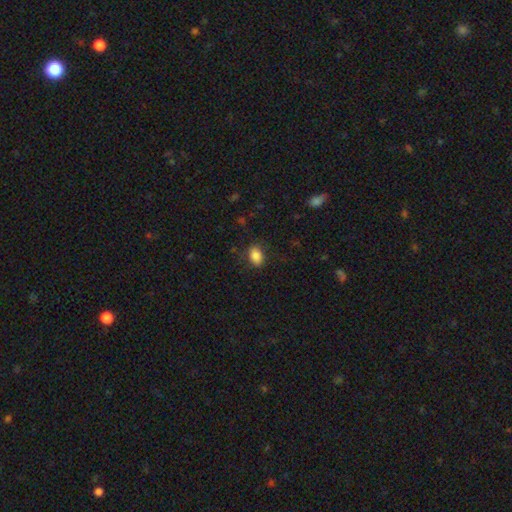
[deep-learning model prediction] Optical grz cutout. It shows a smooth galaxy with no disk features (86%) that is in between round and cigar-shaped (83%). Merging: none (81%).